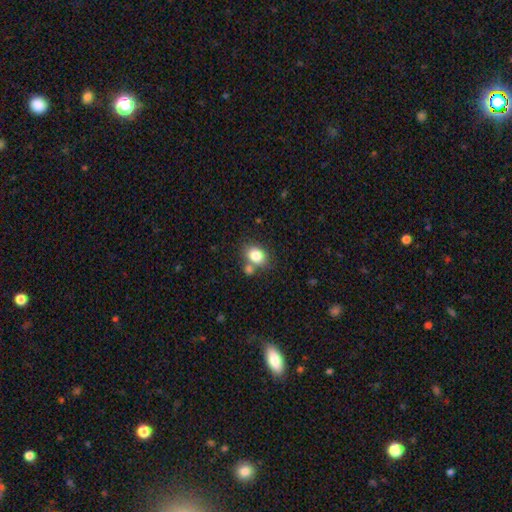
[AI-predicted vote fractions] This appears to be a smooth galaxy with no disk features (83%) that is in between round and cigar-shaped (56%). Merging: none (61%).